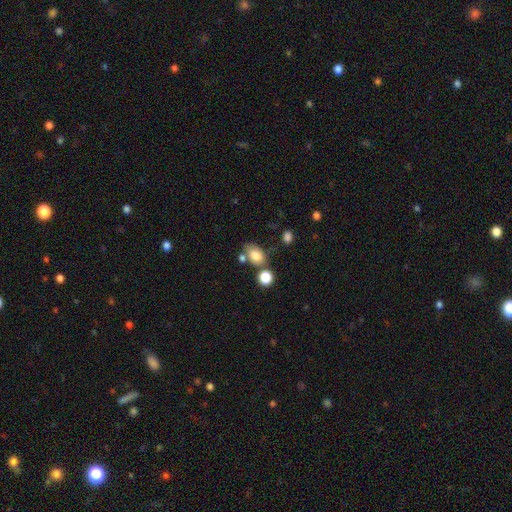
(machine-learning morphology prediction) smooth 79%, featured or disk 11%, star or artifact 10%. Down the decision tree: how rounded — in between (77%); merging — none (53%).